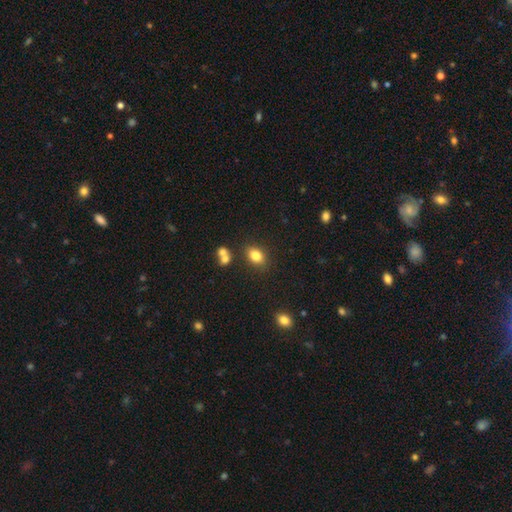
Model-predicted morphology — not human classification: A smooth galaxy with no disk features (82%) that is in between round and cigar-shaped (71%). Merging: none (78%).